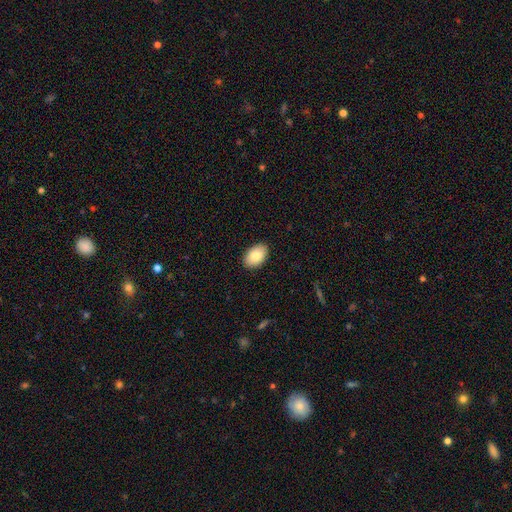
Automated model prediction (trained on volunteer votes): smooth-or-featured: smooth: 85% | featured or disk: 9% | star or artifact: 6%
  how-rounded: in between: 90% | round: 9% | cigar-shaped: 1%
  merging: none: 89% | minor disturbance: 8% | major disturbance: 2% | merger: 1%